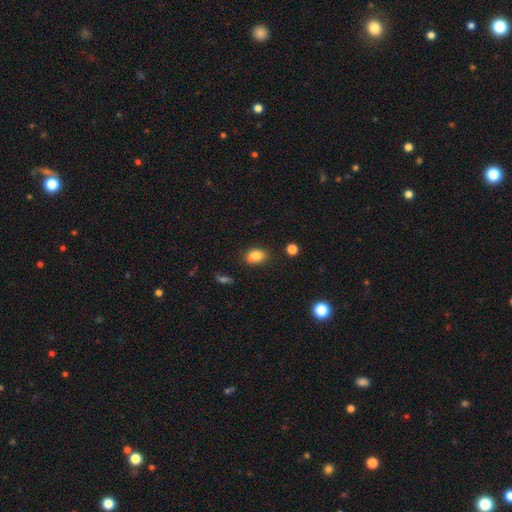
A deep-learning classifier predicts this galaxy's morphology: A smooth galaxy with no disk features (81%) that is in between round and cigar-shaped (72%). Merging: none (67%).